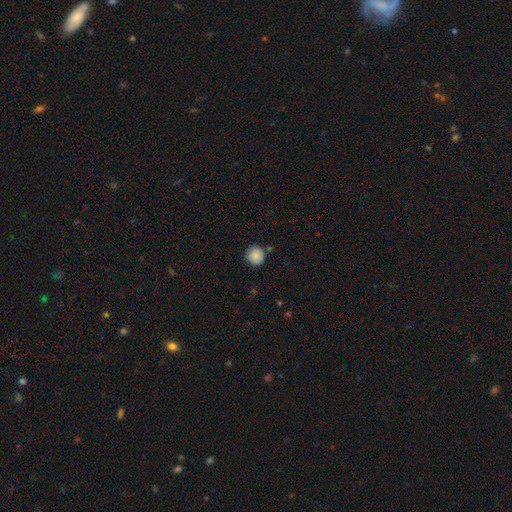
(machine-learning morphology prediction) Q: Smooth or featured?
A: smooth (88%); runner-up: star or artifact (8%)
Q: How rounded?
A: round (93%); runner-up: in between (6%)
Q: Merging?
A: none (81%); runner-up: minor disturbance (12%)